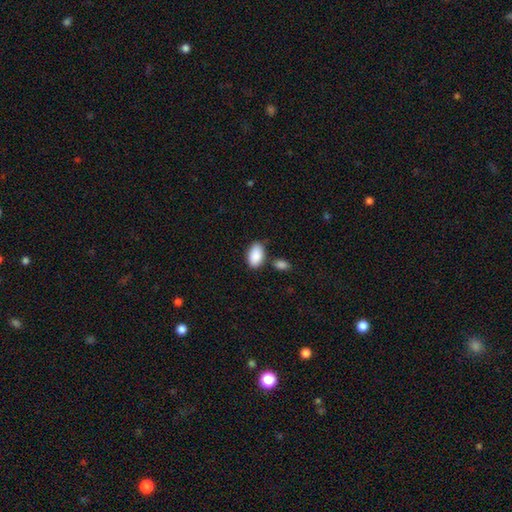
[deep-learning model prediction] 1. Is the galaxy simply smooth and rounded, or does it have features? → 89% smooth, 7% star or artifact, 4% featured or disk.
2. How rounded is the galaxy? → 93% in between, 6% round, 2% cigar-shaped.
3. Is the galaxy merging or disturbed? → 70% none, 17% minor disturbance, 10% merger, 4% major disturbance.